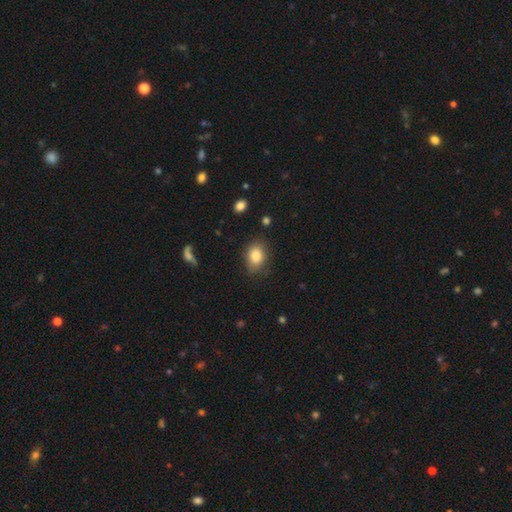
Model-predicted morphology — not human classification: smooth 84%, star or artifact 8%, featured or disk 7%. Down the decision tree: how rounded — in between (73%); merging — none (78%).